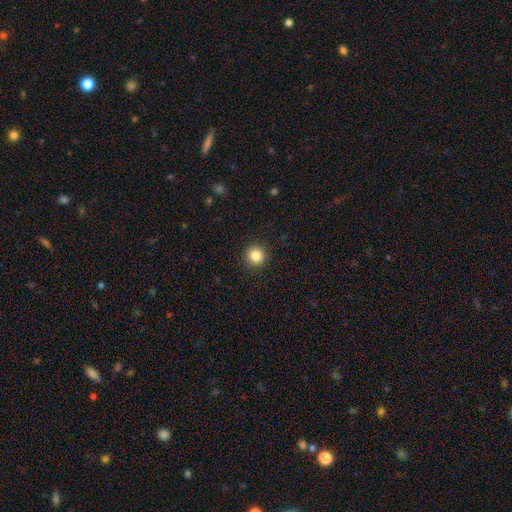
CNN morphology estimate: type=smooth (85%); roundness=round (94%); merging=none (92%).